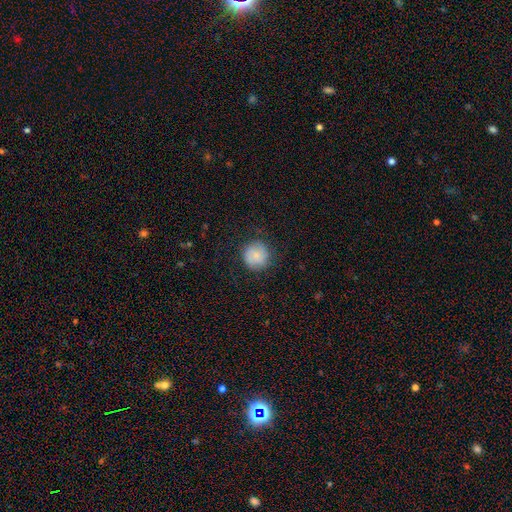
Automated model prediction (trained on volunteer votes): Smooth or featured?
  - smooth: 82% *
  - featured or disk: 10%
  - star or artifact: 8%
How rounded?
  - round: 93% *
  - in between: 6%
  - cigar-shaped: 1%
Merging?
  - none: 80% *
  - minor disturbance: 14%
  - major disturbance: 5%
  - merger: 1%